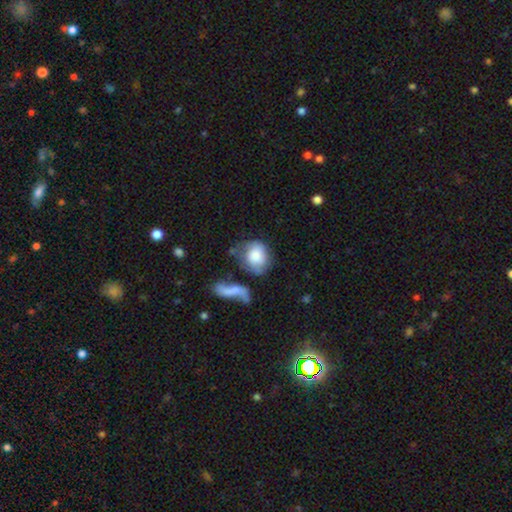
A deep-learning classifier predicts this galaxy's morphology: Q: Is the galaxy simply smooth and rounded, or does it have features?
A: smooth — 67%.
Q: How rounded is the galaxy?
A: round — 57%.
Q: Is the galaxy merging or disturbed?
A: none — 37%.